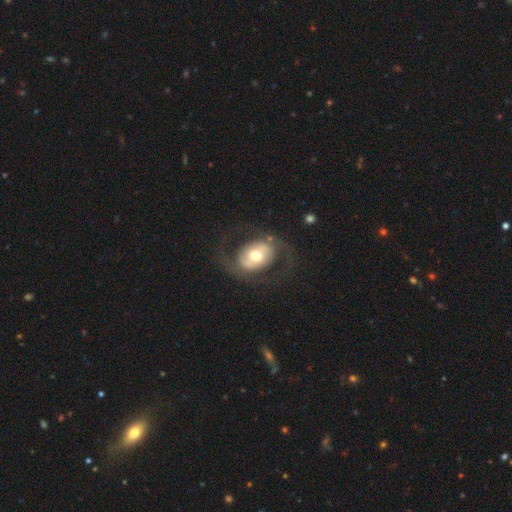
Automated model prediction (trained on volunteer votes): Smooth or featured?
  - featured or disk: 59% *
  - smooth: 35%
  - star or artifact: 6%
Edge-on disk?
  - no: 95% *
  - yes: 5%
Bar?
  - no: 55% *
  - weak: 26%
  - strong: 18%
Spiral arms?
  - yes: 52% *
  - no: 48%
Bulge size?
  - moderate: 69% *
  - large: 17%
  - small: 11%
  - dominant: 2%
  - none: 1%
Merging?
  - none: 70% *
  - major disturbance: 15%
  - minor disturbance: 13%
  - merger: 2%